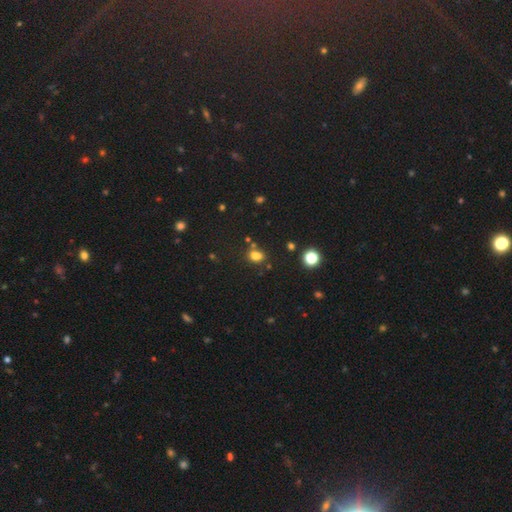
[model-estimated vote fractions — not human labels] A smooth galaxy with no disk features (77%) that is in between round and cigar-shaped (64%).

Vote fractions:
- Smooth or featured? smooth: 77% / star or artifact: 17% / featured or disk: 6%
- How rounded? in between: 64% / round: 34% / cigar-shaped: 2%
- Merging? none: 64% / merger: 16% / minor disturbance: 15% / major disturbance: 5%